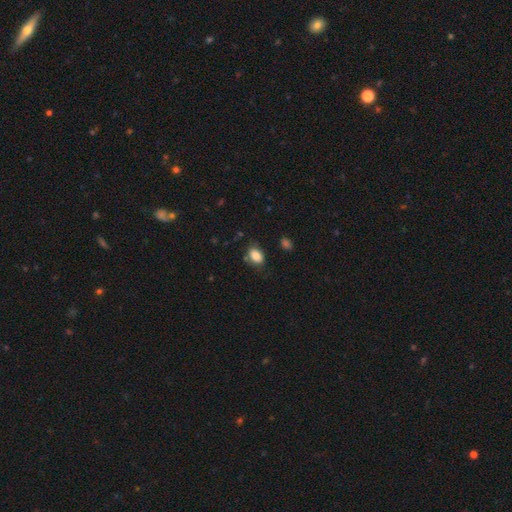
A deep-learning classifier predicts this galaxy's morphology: The model was most divided on "merging": none: 72%, minor disturbance: 19%, major disturbance: 5%, merger: 4%. More confident: smooth or featured — smooth (85%); how rounded — in between (82%).